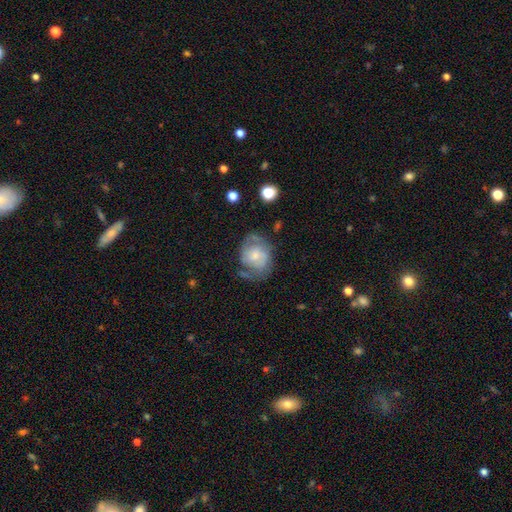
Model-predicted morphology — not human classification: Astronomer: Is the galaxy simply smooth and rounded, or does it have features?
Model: featured or disk — 56% (runner-up: smooth, 37%).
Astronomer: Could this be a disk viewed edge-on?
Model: no — 97%.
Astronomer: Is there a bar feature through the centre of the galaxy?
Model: no — 64%.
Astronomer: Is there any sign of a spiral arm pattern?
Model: yes — 74%.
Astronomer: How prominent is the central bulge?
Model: small — 44% (runner-up: moderate, 38%).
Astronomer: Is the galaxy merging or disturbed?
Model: none — 47% (runner-up: minor disturbance, 28%).